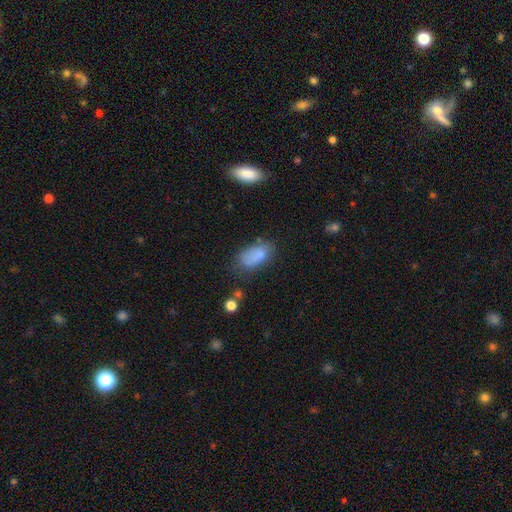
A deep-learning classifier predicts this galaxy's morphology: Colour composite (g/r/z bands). It shows a smooth galaxy with no disk features (80%) that is in between round and cigar-shaped (91%). Merging: none (52%).